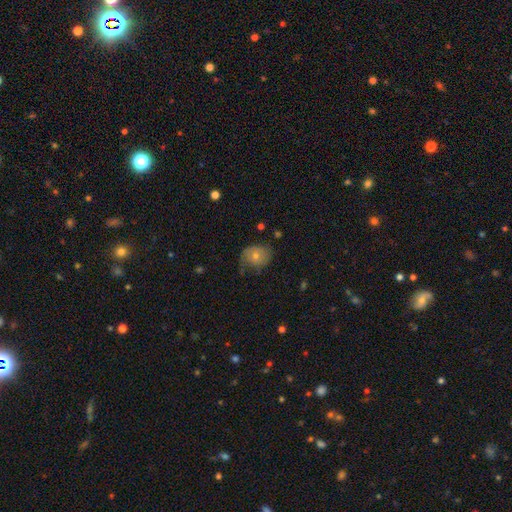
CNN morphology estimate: type=smooth (46%); merging=none (56%).